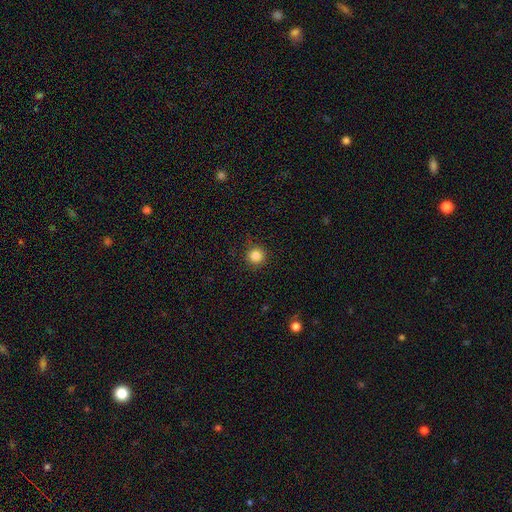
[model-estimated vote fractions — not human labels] Overall: smooth (85%). How rounded: round (95%). Merging: none (90%).